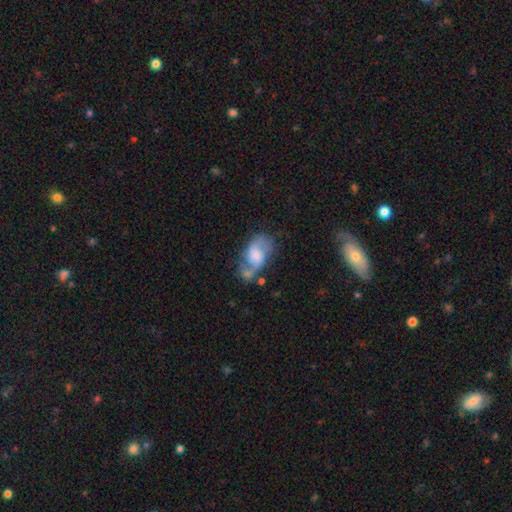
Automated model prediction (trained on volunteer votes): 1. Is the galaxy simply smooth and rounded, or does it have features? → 62% featured or disk, 30% smooth, 8% star or artifact.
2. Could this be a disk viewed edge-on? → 97% no, 3% yes.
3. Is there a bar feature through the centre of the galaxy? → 48% no, 42% weak, 10% strong.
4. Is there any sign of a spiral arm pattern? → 85% yes, 15% no.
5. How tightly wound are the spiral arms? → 50% loose, 39% medium, 11% tight.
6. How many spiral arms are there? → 82% 2, 9% 1, 7% can't tell, 1% 3, 1% 4, 1% more than 4.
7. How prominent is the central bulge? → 31% moderate, 27% small, 19% large, 19% none, 3% dominant.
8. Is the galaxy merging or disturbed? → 41% none, 25% minor disturbance, 18% major disturbance, 16% merger.